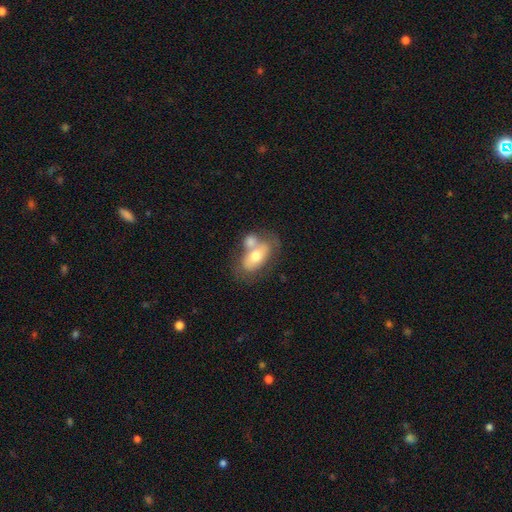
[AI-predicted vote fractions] Smooth or featured?
  - smooth: 59% *
  - featured or disk: 35%
  - star or artifact: 7%
How rounded?
  - in between: 87% *
  - round: 9%
  - cigar-shaped: 4%
Merging?
  - merger: 52% *
  - none: 27%
  - minor disturbance: 13%
  - major disturbance: 8%